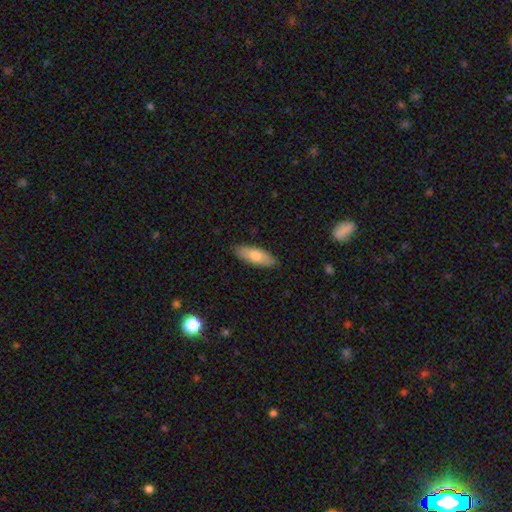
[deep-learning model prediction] Smooth or featured: smooth — 71% (featured or disk — 23%)
How rounded: in between — 70% (cigar-shaped — 28%)
Merging: none — 88% (minor disturbance — 10%)